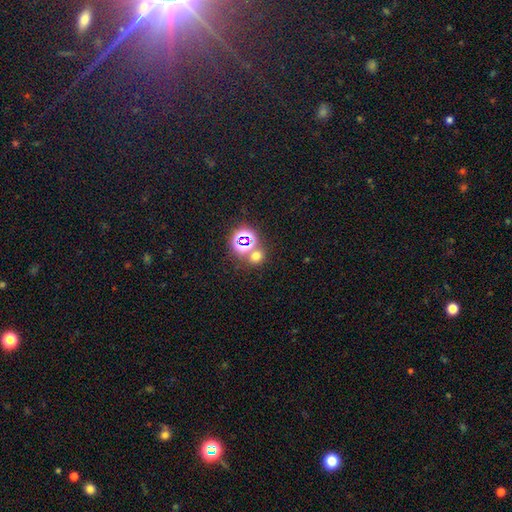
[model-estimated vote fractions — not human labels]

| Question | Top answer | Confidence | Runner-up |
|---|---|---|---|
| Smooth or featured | smooth | 52% | star or artifact (40%) |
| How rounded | round | 75% | in between (24%) |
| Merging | none | 66% | merger (23%) |